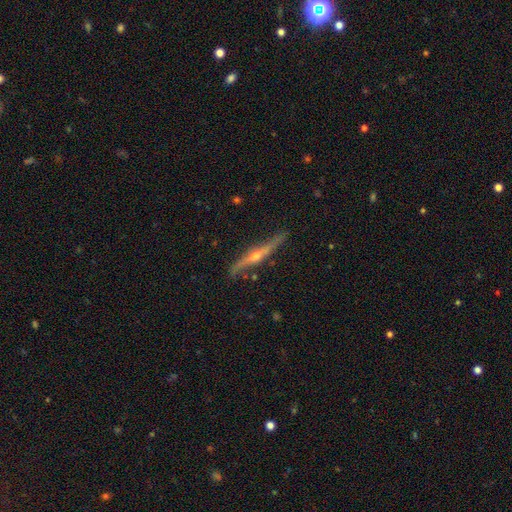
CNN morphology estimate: type=featured or disk (80%); edge-on=yes (93%); edge-on bulge=rounded (90%); merging=none (83%).